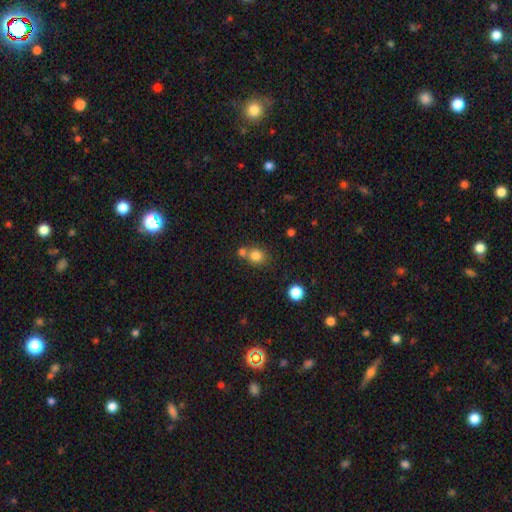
Smooth or featured: smooth — 79% (featured or disk — 10%)
How rounded: round — 77% (in between — 23%)
Merging: none — 57% (merger — 29%)